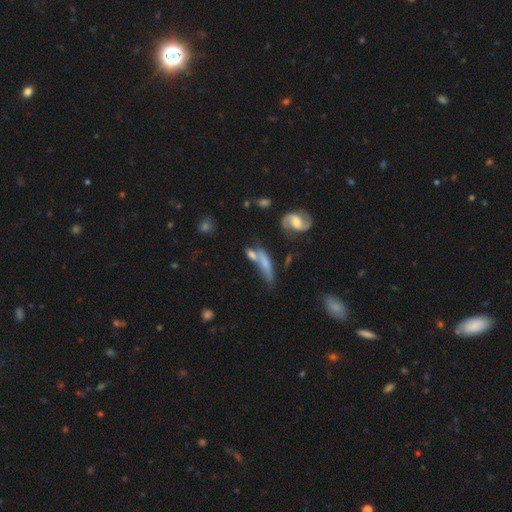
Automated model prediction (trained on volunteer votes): Smooth or featured? Predicted: smooth (p=0.50). How rounded? Predicted: cigar-shaped (p=0.56). Merging? Predicted: merger (p=0.41).